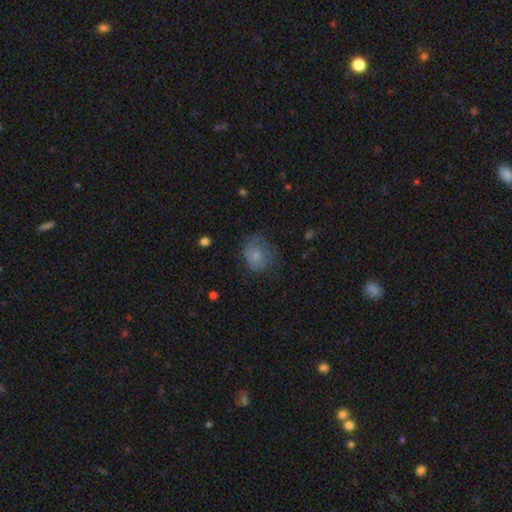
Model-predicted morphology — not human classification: Smooth or featured?
  - smooth: 72% *
  - featured or disk: 18%
  - star or artifact: 10%
How rounded?
  - round: 59% *
  - in between: 40%
  - cigar-shaped: 1%
Merging?
  - none: 51% *
  - minor disturbance: 29%
  - major disturbance: 19%
  - merger: 2%